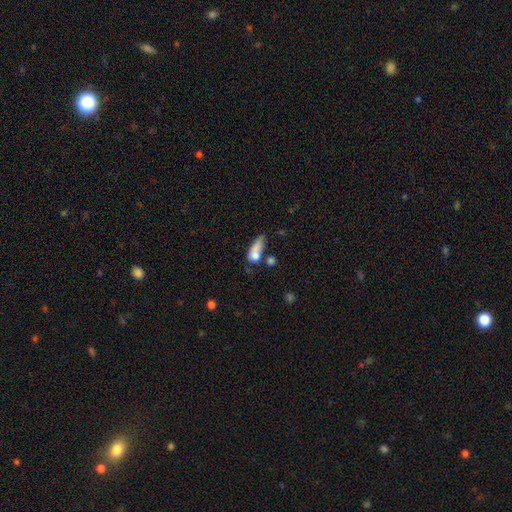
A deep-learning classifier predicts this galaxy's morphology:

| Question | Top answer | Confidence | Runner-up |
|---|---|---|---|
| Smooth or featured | smooth | 71% | featured or disk (19%) |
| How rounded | in between | 61% | cigar-shaped (26%) |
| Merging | major disturbance | 28% | none (25%) |